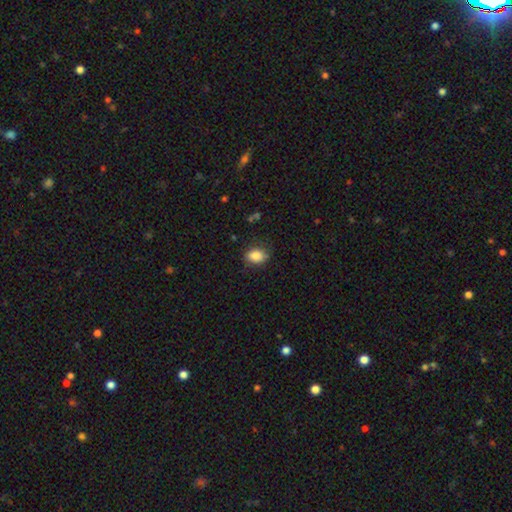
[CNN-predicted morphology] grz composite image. It shows a smooth galaxy with no disk features (85%) that is in between round and cigar-shaped (76%). Merging: none (78%).